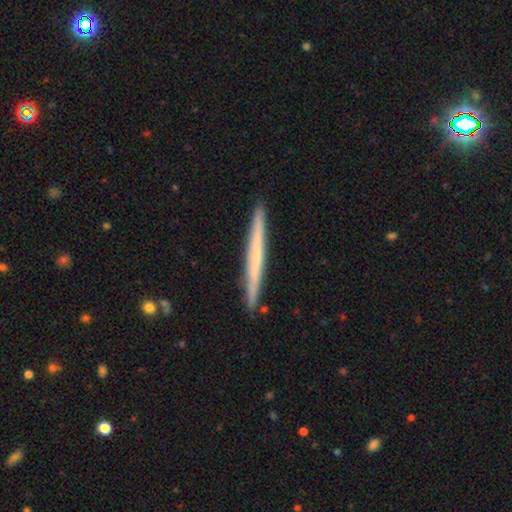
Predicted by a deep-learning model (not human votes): Smooth or featured: featured or disk — 50% (smooth — 44%)
Edge-on disk: yes — 97% (no — 3%)
Merging: none — 92% (minor disturbance — 5%)